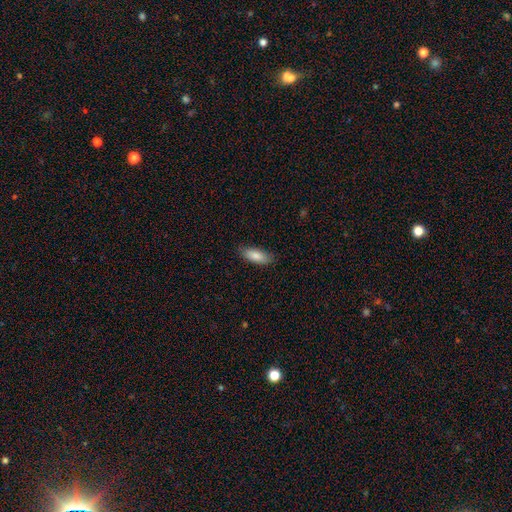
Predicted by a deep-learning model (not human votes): A smooth galaxy with no disk features (85%) that is in between round and cigar-shaped (76%). Merging: none (84%).